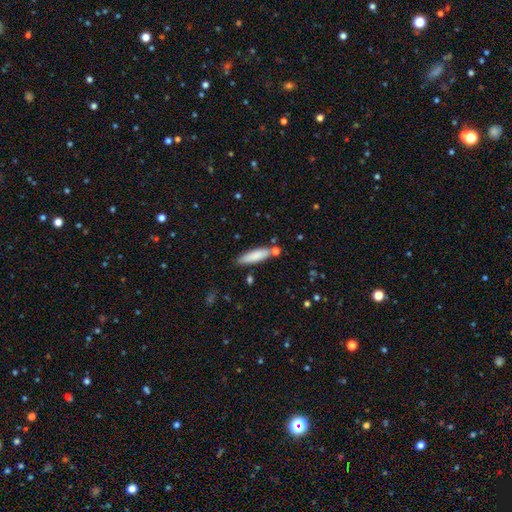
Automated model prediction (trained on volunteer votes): Q: Smooth or featured?
A: smooth (83%); runner-up: featured or disk (11%)
Q: How rounded?
A: cigar-shaped (66%); runner-up: in between (33%)
Q: Merging?
A: none (74%); runner-up: minor disturbance (15%)